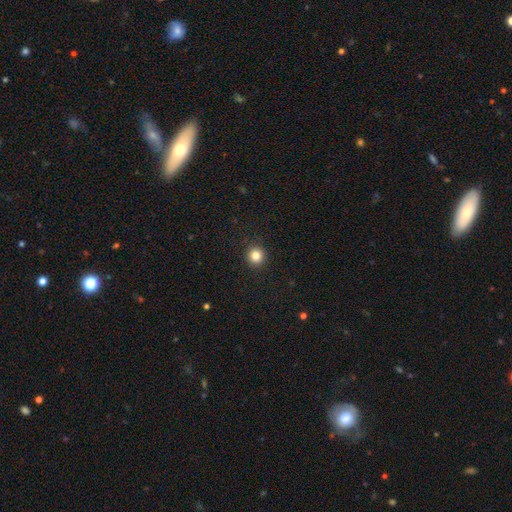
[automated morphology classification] Smooth or featured? smooth (84%)
How rounded? round (93%)
Merging? none (93%)